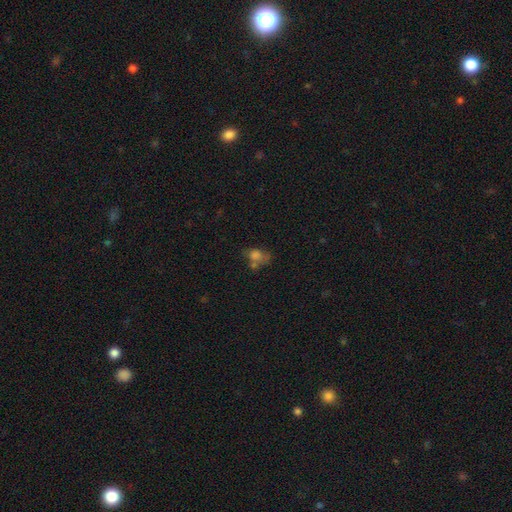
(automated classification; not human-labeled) Smooth or featured? smooth (66%)
How rounded? in between (67%)
Merging? none (33%)